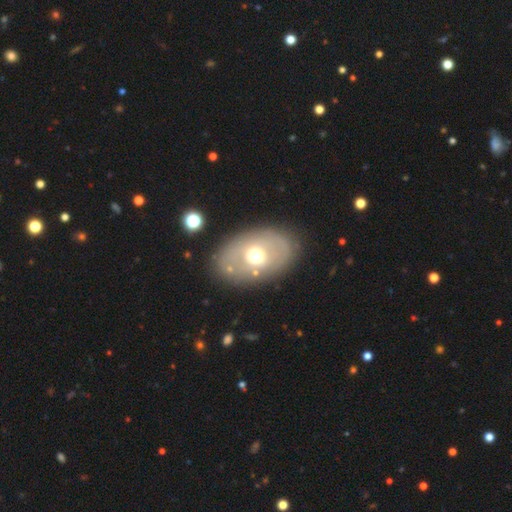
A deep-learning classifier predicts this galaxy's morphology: Overall: smooth (49%; featured or disk 43%). Merging: none (81%).